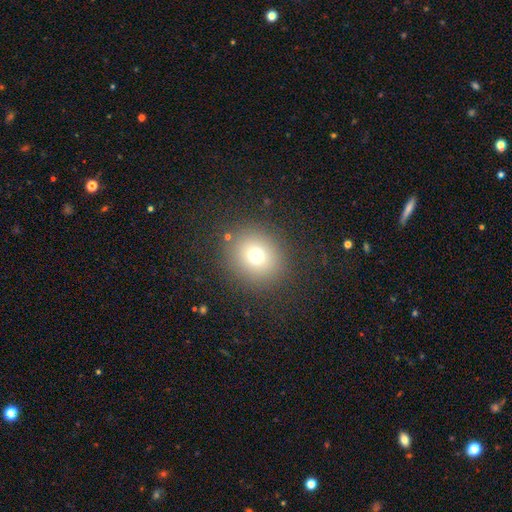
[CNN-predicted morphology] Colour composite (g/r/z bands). It shows a smooth galaxy with no disk features (72%) that is round (83%). Merging: none (87%).